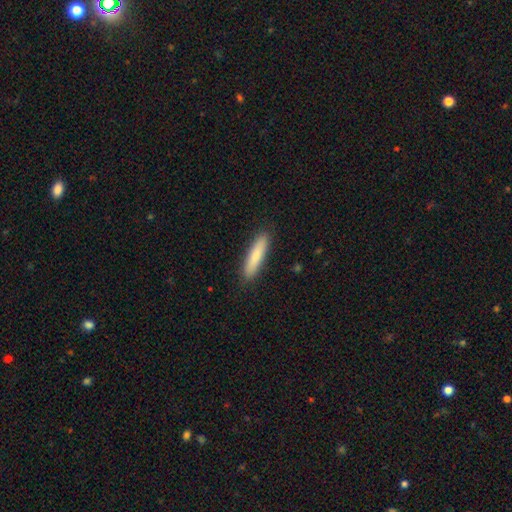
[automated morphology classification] smooth-or-featured: smooth: 80% | featured or disk: 14% | star or artifact: 5%
  how-rounded: cigar-shaped: 83% | in between: 16% | round: 1%
  merging: none: 90% | minor disturbance: 8% | major disturbance: 2% | merger: 1%